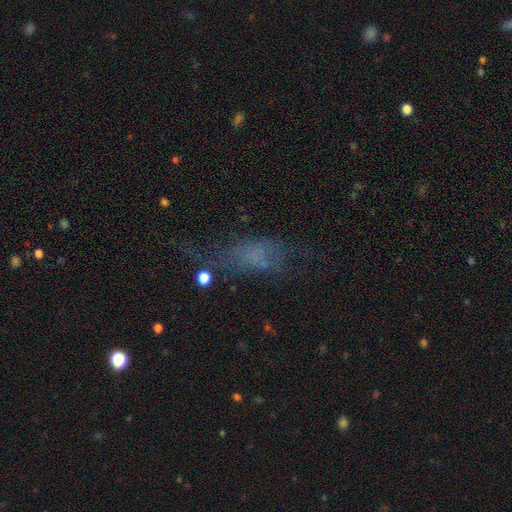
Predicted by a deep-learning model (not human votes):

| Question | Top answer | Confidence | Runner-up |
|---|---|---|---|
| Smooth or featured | smooth | 48% | featured or disk (30%) |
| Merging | major disturbance | 36% | tied: none (36%) |